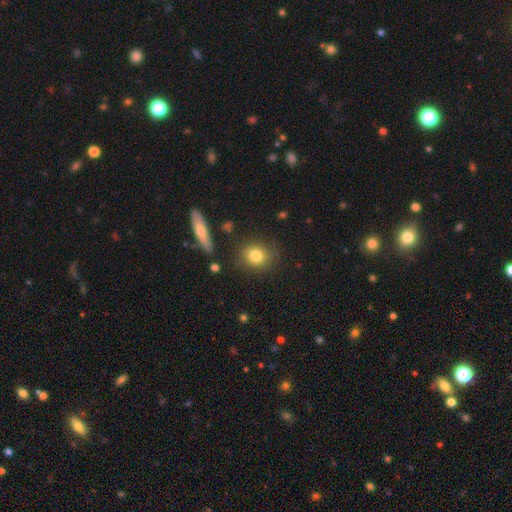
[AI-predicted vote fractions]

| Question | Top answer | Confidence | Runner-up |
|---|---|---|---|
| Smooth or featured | smooth | 81% | star or artifact (10%) |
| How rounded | round | 78% | in between (20%) |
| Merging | none | 82% | minor disturbance (11%) |